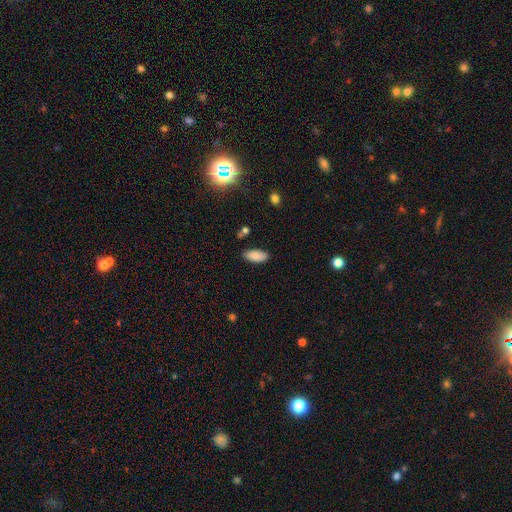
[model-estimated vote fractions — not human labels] Smooth or featured? smooth (86%)
How rounded? in between (90%)
Merging? none (83%)